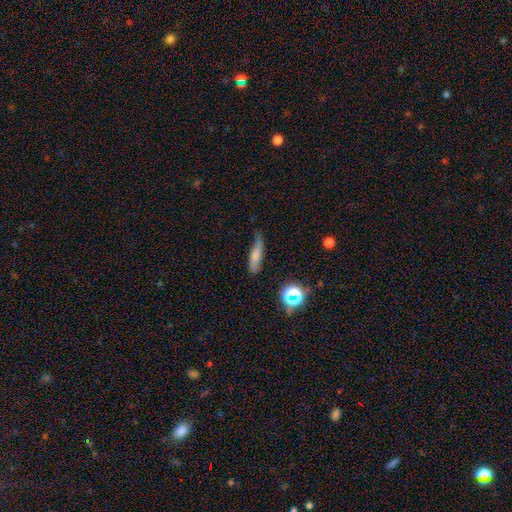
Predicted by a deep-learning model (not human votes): smooth_or_featured: smooth (p=0.67) [alt: featured or disk p=0.23]
how_rounded: cigar-shaped (p=0.64) [alt: in between p=0.31]
merging: none (p=0.56) [alt: minor disturbance p=0.32]